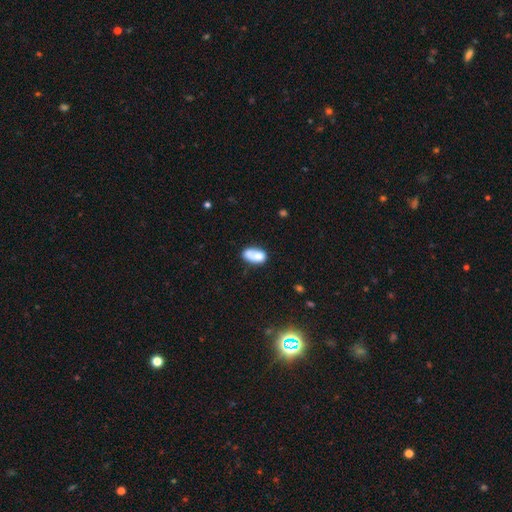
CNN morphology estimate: Smooth or featured? smooth (77%)
How rounded? in between (90%)
Merging? none (43%)